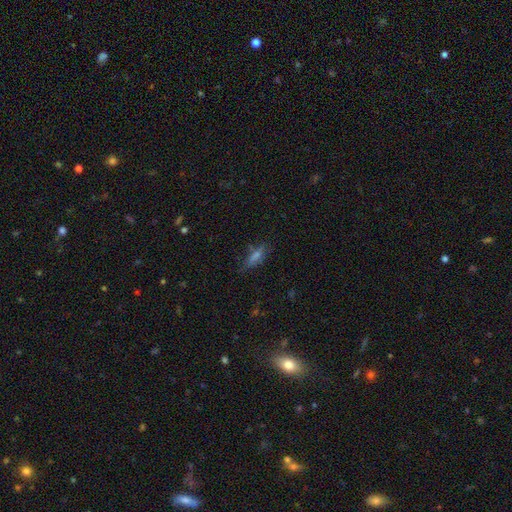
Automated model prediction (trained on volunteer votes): The model was most divided on "smooth or featured": smooth: 49%, featured or disk: 26%, star or artifact: 26%. More confident: merging — none (75%).